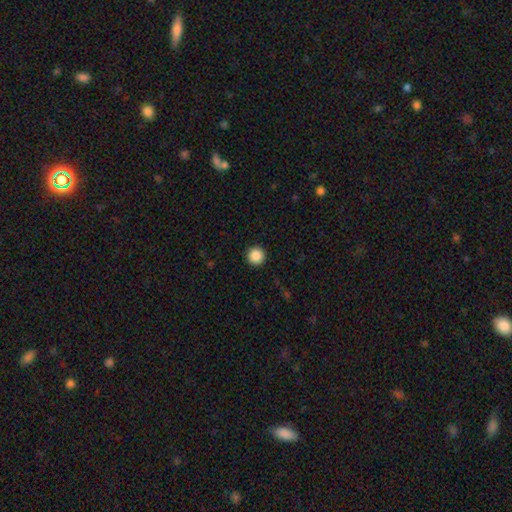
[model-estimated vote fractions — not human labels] This is clearly a smooth galaxy (88%). How rounded: clearly round (97%). Merging: clearly none (93%).